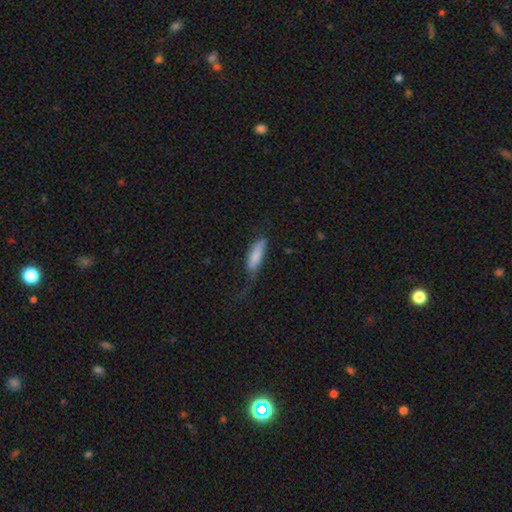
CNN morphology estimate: The model was most divided on "merging": none: 38%, minor disturbance: 34%, major disturbance: 25%, merger: 3%. More confident: smooth or featured — smooth (80%); how rounded — cigar-shaped (53%).